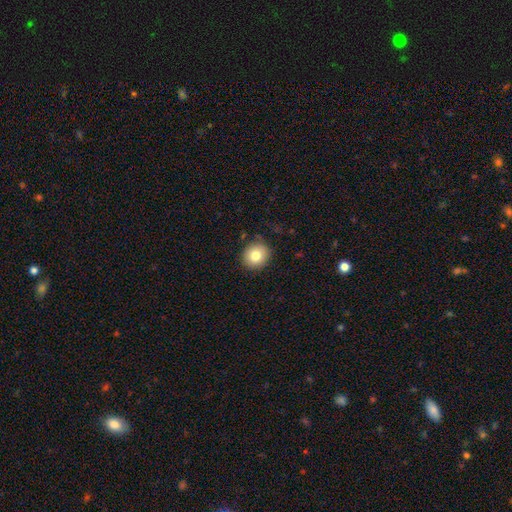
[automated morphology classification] A smooth galaxy with no disk features (81%) that is round (83%).

Vote fractions:
- Smooth or featured? smooth: 81% / featured or disk: 10% / star or artifact: 10%
- How rounded? round: 83% / in between: 17% / cigar-shaped: 1%
- Merging? none: 87% / minor disturbance: 10% / major disturbance: 2% / merger: 1%